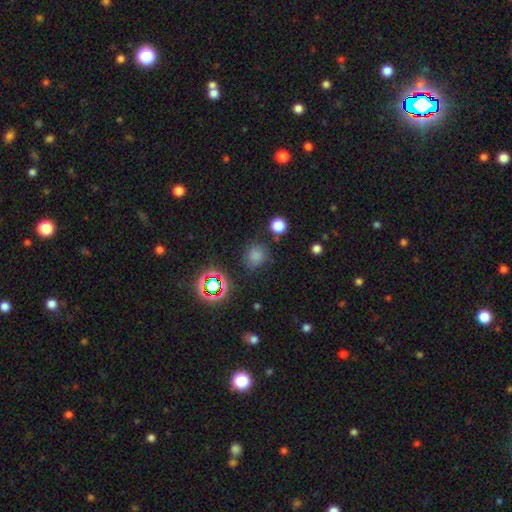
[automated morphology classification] type=smooth (71%); roundness=round (83%); merging=none (78%).